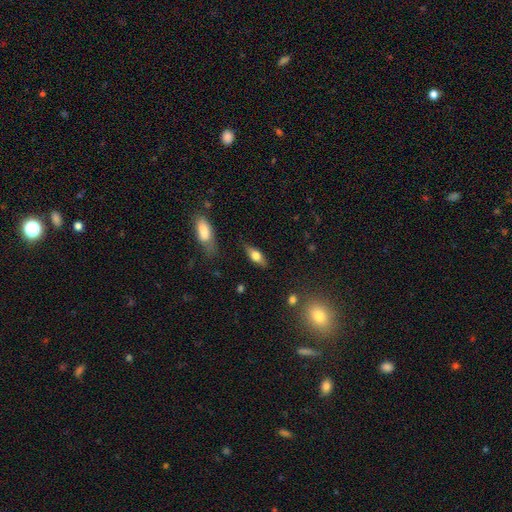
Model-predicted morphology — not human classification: smooth 58%, featured or disk 35%, star or artifact 7%. Down the decision tree: how rounded — in between (71%); merging — none (79%).